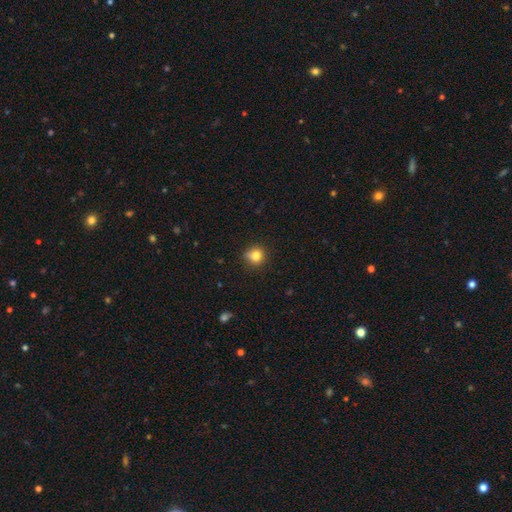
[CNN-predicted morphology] Overall: smooth (80%). How rounded: round (87%). Merging: none (74%).